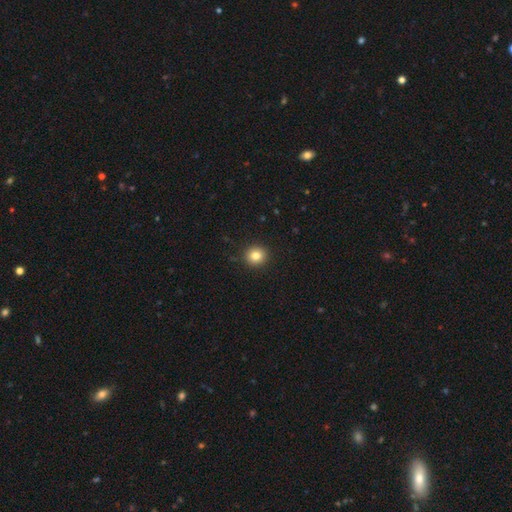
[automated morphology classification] Q: Smooth or featured?
A: smooth (83%); runner-up: star or artifact (11%)
Q: How rounded?
A: round (92%); runner-up: in between (7%)
Q: Merging?
A: none (92%); runner-up: minor disturbance (5%)